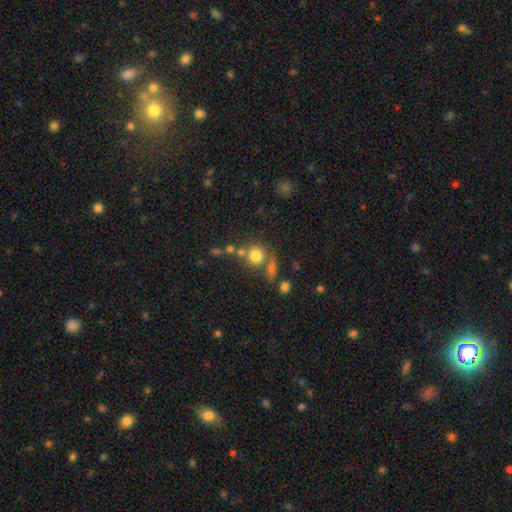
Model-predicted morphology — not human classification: type=smooth (75%); roundness=round (87%); merging=none (56%).